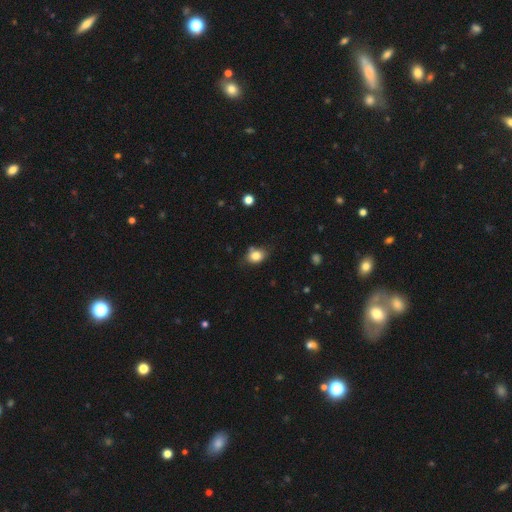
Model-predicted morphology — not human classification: A smooth galaxy with no disk features (82%) that is in between round and cigar-shaped (58%).

Vote fractions:
- Smooth or featured? smooth: 82% / star or artifact: 10% / featured or disk: 8%
- How rounded? in between: 58% / round: 41% / cigar-shaped: 1%
- Merging? none: 68% / minor disturbance: 22% / merger: 5% / major disturbance: 5%